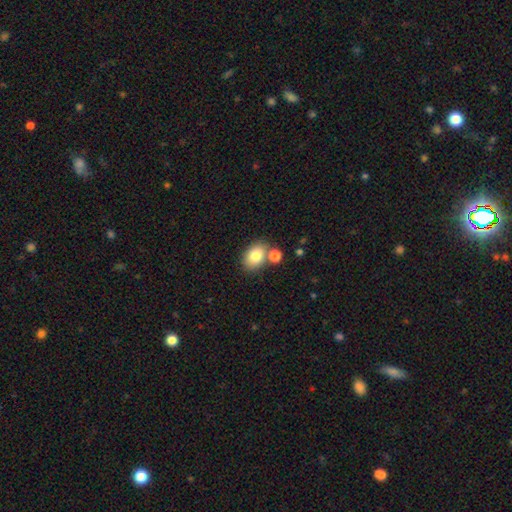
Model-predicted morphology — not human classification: Q: Smooth or featured?
A: smooth (81%); runner-up: featured or disk (10%)
Q: How rounded?
A: in between (76%); runner-up: round (22%)
Q: Merging?
A: none (65%); runner-up: merger (21%)